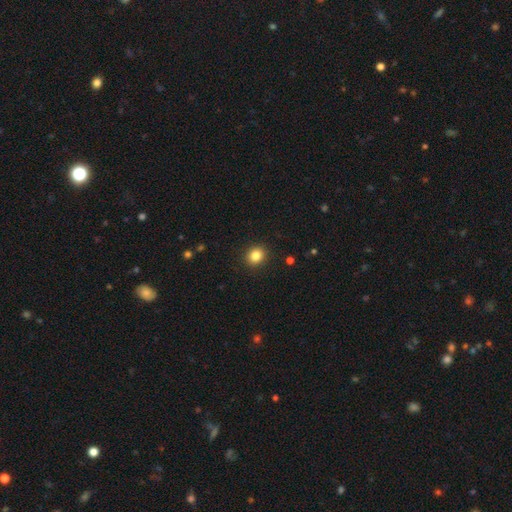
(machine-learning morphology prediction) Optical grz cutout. It shows a smooth galaxy with no disk features (84%) that is round (76%). Merging: none (91%).